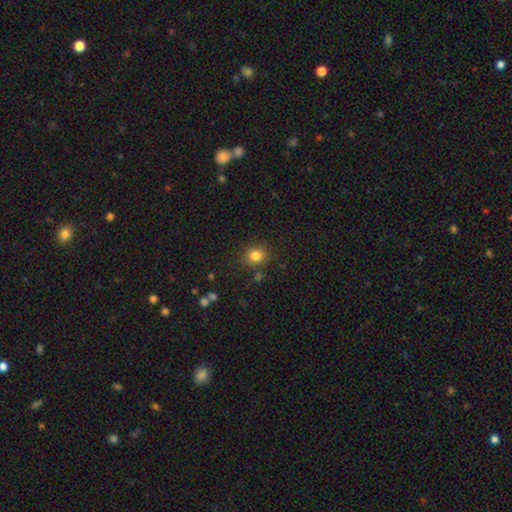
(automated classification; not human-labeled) Morphology: type=smooth (82%); roundness=round (75%); merging=none (83%).